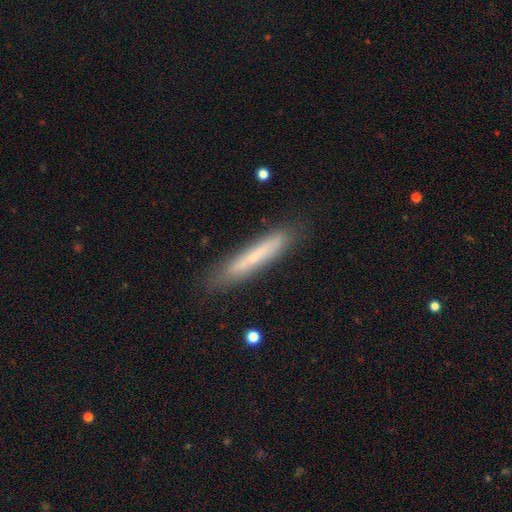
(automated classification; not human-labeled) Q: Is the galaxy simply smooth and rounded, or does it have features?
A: smooth — 59%.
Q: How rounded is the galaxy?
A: cigar-shaped — 93%.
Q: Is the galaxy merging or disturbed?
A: none — 84%.